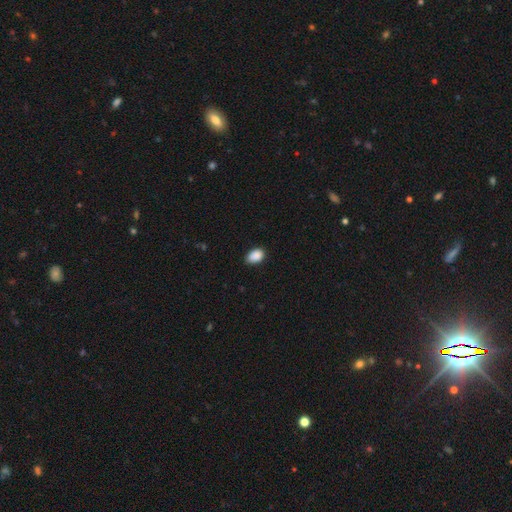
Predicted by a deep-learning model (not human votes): Smooth or featured? Predicted: smooth (p=0.90). How rounded? Predicted: in between (p=0.86). Merging? Predicted: none (p=0.81).